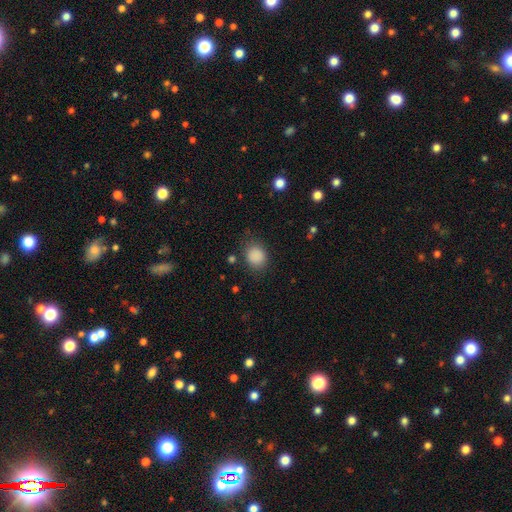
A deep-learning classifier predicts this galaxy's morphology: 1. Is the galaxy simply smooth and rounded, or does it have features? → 87% smooth, 9% star or artifact, 4% featured or disk.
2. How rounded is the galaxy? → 69% round, 30% in between, 1% cigar-shaped.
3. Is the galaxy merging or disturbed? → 80% none, 13% minor disturbance, 5% major disturbance, 2% merger.